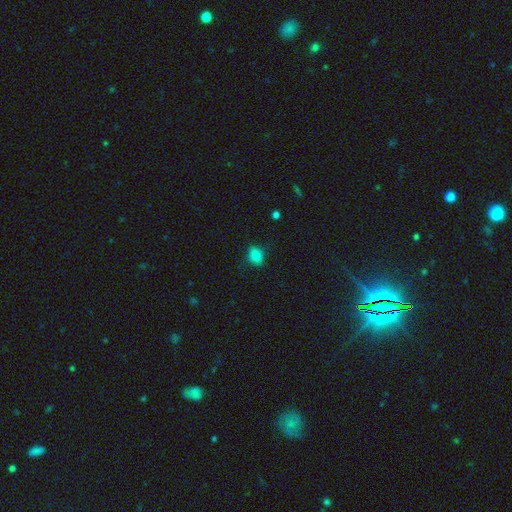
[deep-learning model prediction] Morphology: type=smooth (82%); roundness=in between (51%); merging=none (81%).